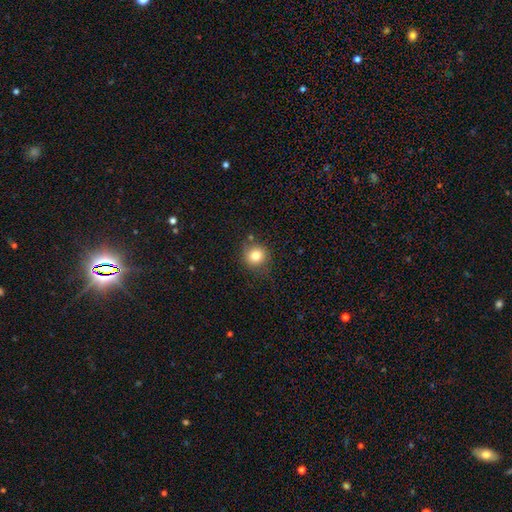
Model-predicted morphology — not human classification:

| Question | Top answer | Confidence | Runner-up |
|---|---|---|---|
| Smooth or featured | smooth | 80% | star or artifact (11%) |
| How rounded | round | 91% | in between (8%) |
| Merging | none | 79% | minor disturbance (14%) |